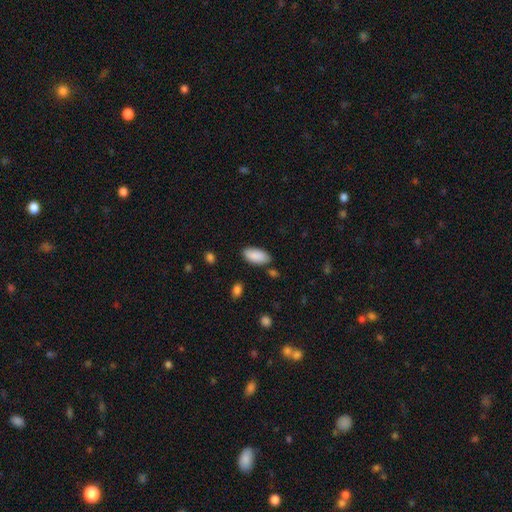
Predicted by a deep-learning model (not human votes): Smooth or featured: smooth — 89% (star or artifact — 6%)
How rounded: in between — 93% (cigar-shaped — 6%)
Merging: none — 81% (minor disturbance — 13%)